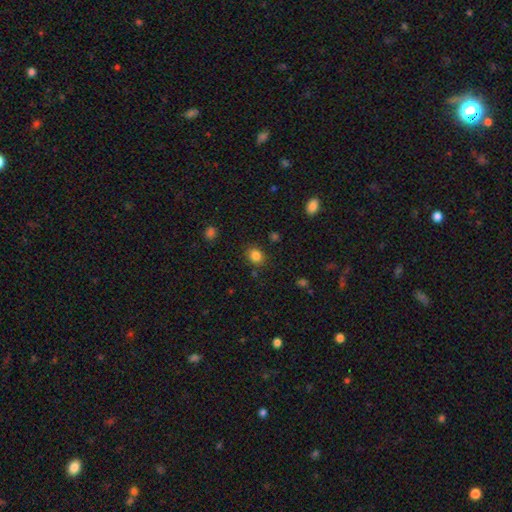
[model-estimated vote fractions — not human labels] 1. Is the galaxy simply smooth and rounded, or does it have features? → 84% smooth, 12% star or artifact, 5% featured or disk.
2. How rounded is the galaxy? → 60% round, 39% in between, 1% cigar-shaped.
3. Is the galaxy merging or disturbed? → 84% none, 11% minor disturbance, 3% major disturbance, 3% merger.